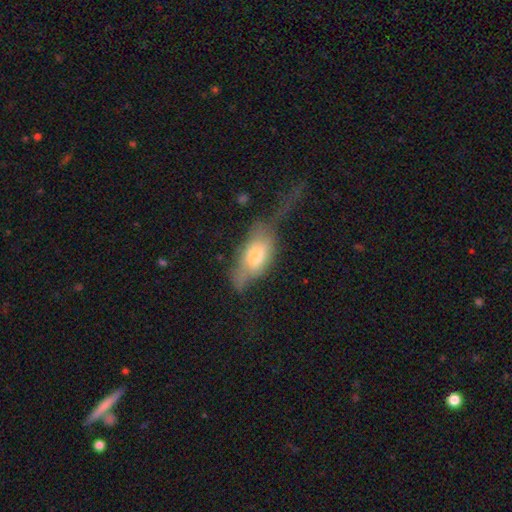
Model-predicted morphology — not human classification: Smooth or featured? smooth (59%)
How rounded? in between (84%)
Merging? major disturbance (48%)